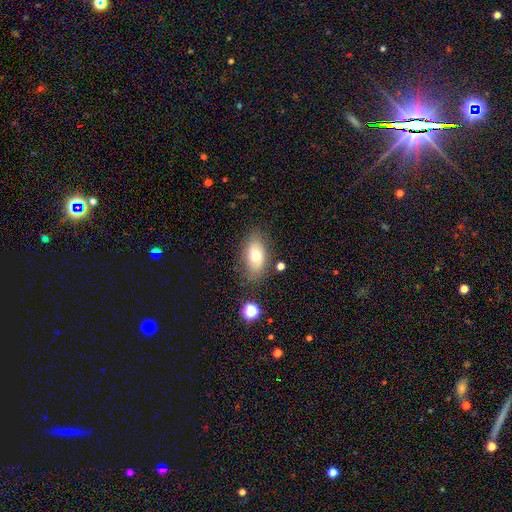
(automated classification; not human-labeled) A smooth galaxy with no disk features (66%) that is in between round and cigar-shaped (89%). Merging: none (76%).